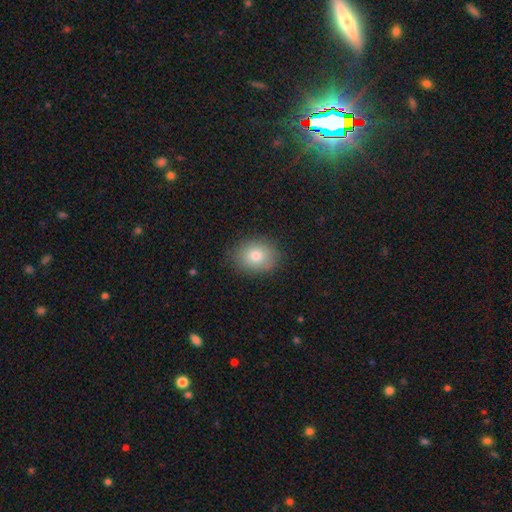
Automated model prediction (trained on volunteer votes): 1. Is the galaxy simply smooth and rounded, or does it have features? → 79% smooth, 11% featured or disk, 10% star or artifact.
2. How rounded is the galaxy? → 55% round, 44% in between, 1% cigar-shaped.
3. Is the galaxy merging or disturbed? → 86% none, 10% minor disturbance, 3% major disturbance, 1% merger.